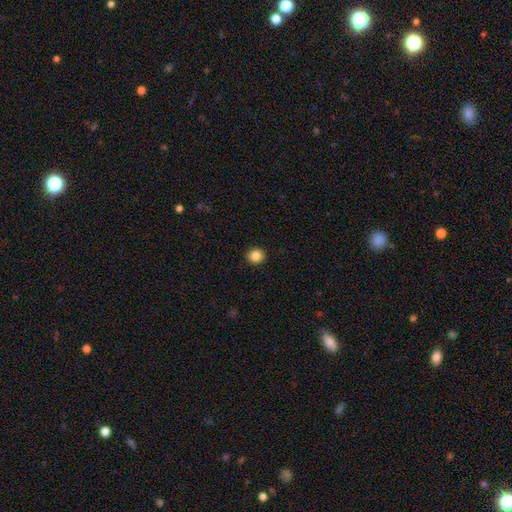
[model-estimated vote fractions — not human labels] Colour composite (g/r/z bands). It shows a smooth galaxy with no disk features (85%) that is round (90%). Merging: none (93%).